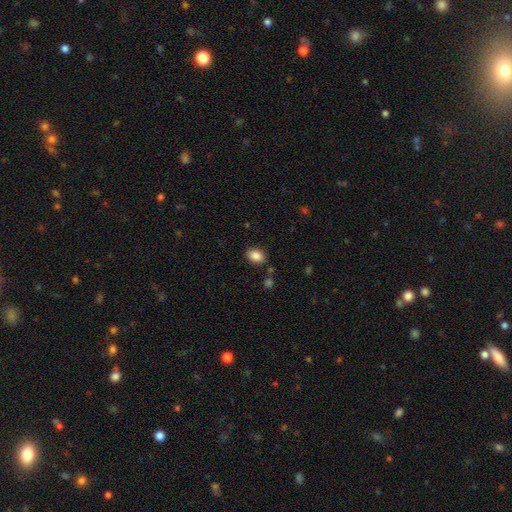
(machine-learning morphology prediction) Smooth or featured: smooth — 87% (star or artifact — 8%)
How rounded: in between — 80% (round — 19%)
Merging: none — 82% (minor disturbance — 11%)